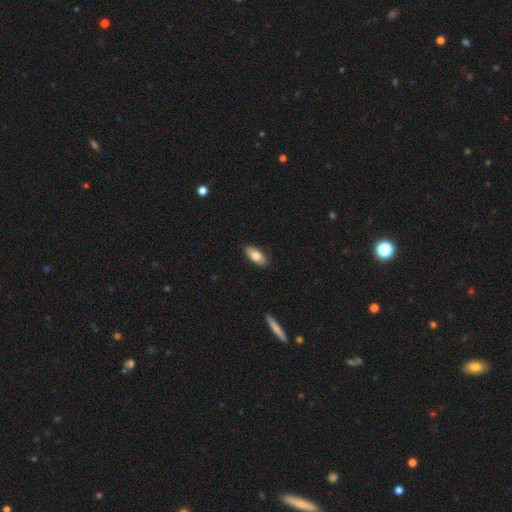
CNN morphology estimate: Overall: smooth (75%). How rounded: in between (85%). Merging: none (88%).